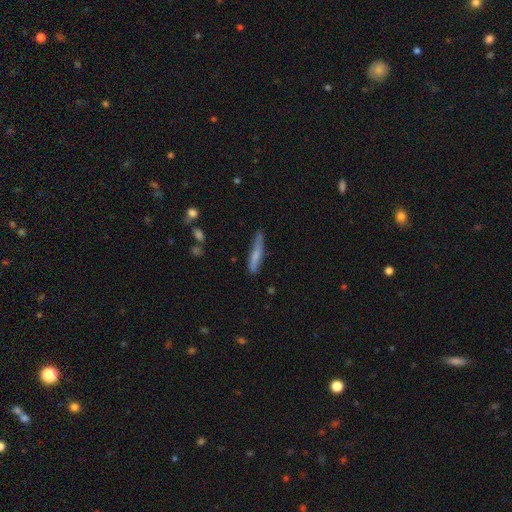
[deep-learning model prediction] Smooth or featured?
  - smooth: 66% *
  - featured or disk: 28%
  - star or artifact: 6%
How rounded?
  - cigar-shaped: 91% *
  - in between: 8%
  - round: 2%
Merging?
  - none: 68% *
  - minor disturbance: 24%
  - major disturbance: 5%
  - merger: 3%